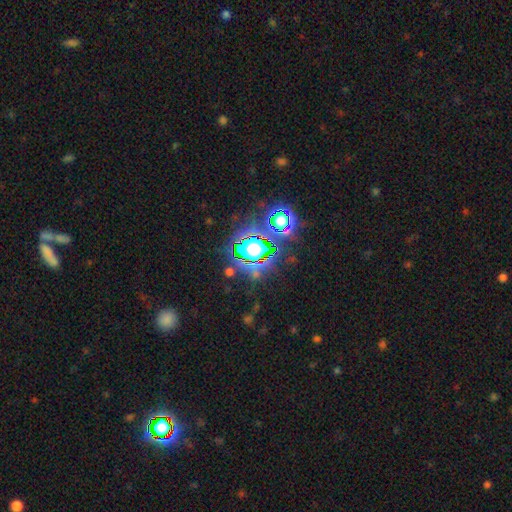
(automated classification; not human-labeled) The model was most divided on "smooth or featured": star or artifact: 79%, smooth: 13%, featured or disk: 9%.